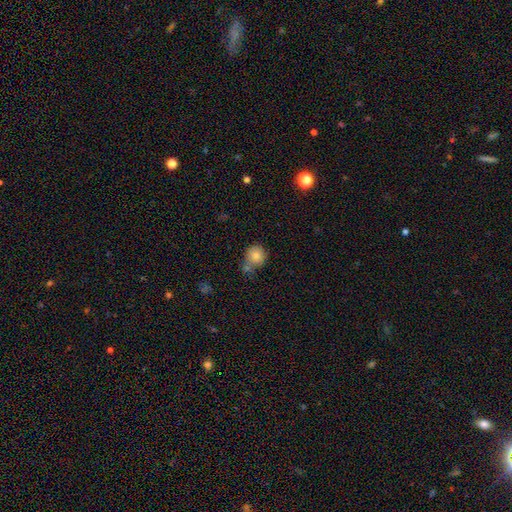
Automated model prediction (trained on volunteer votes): Smooth or featured? smooth (83%)
How rounded? round (86%)
Merging? none (57%)